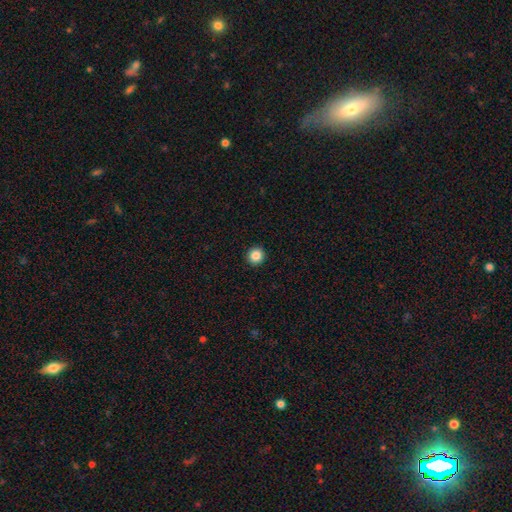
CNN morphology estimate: A smooth galaxy with no disk features (86%) that is round (93%).

Vote fractions:
- Smooth or featured? smooth: 86% / star or artifact: 10% / featured or disk: 4%
- How rounded? round: 93% / in between: 6% / cigar-shaped: 1%
- Merging? none: 94% / minor disturbance: 4% / major disturbance: 1% / merger: 1%